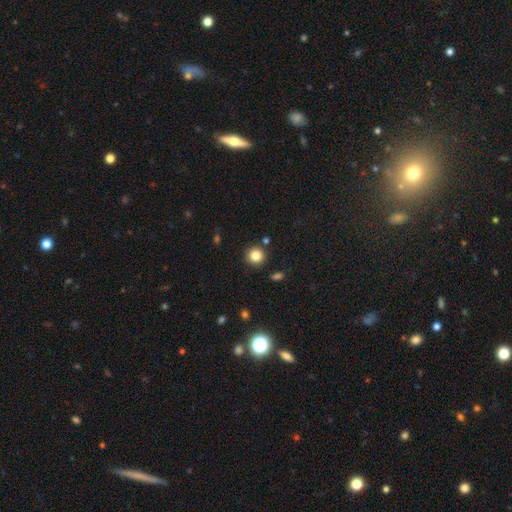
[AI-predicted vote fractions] Smooth or featured?
  - smooth: 83% *
  - star or artifact: 11%
  - featured or disk: 6%
How rounded?
  - round: 93% *
  - in between: 6%
  - cigar-shaped: 1%
Merging?
  - none: 88% *
  - minor disturbance: 7%
  - merger: 4%
  - major disturbance: 2%